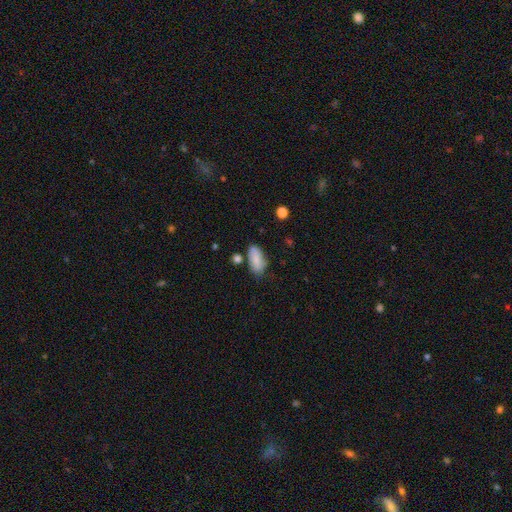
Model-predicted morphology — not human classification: Q: Smooth or featured?
A: smooth (84%); runner-up: featured or disk (9%)
Q: How rounded?
A: in between (88%); runner-up: cigar-shaped (9%)
Q: Merging?
A: none (66%); runner-up: minor disturbance (22%)